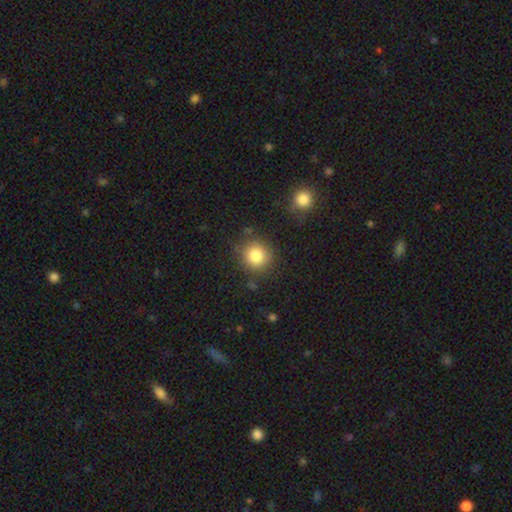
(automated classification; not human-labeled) Q: Smooth or featured?
A: smooth (83%); runner-up: star or artifact (10%)
Q: How rounded?
A: round (90%); runner-up: in between (9%)
Q: Merging?
A: none (84%); runner-up: minor disturbance (10%)